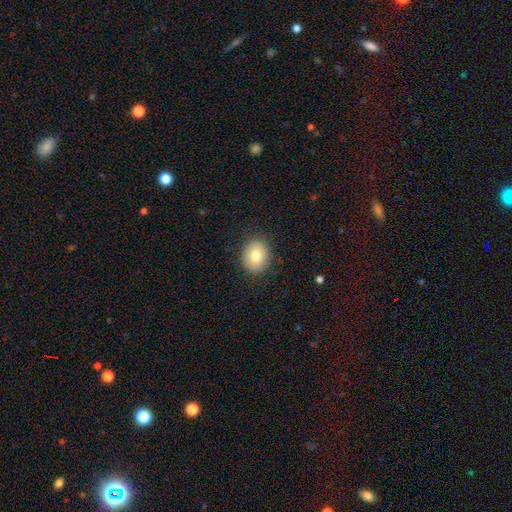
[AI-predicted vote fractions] Smooth or featured?
  - smooth: 79% *
  - featured or disk: 12%
  - star or artifact: 9%
How rounded?
  - round: 55% *
  - in between: 44%
  - cigar-shaped: 1%
Merging?
  - none: 87% *
  - minor disturbance: 10%
  - major disturbance: 3%
  - merger: 1%